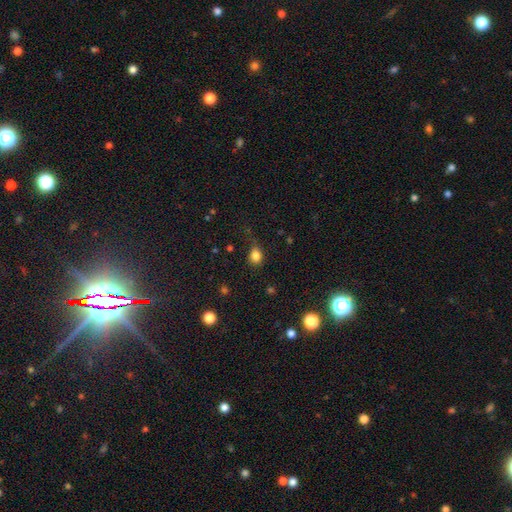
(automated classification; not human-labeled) Smooth or featured?
  - smooth: 82% *
  - star or artifact: 13%
  - featured or disk: 5%
How rounded?
  - round: 55% *
  - in between: 44%
  - cigar-shaped: 1%
Merging?
  - none: 68% *
  - minor disturbance: 22%
  - major disturbance: 8%
  - merger: 2%